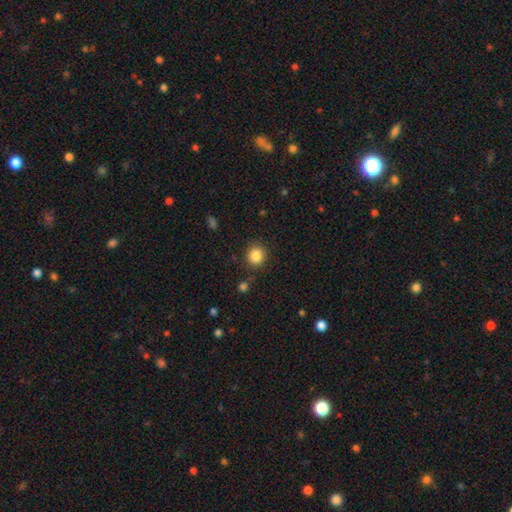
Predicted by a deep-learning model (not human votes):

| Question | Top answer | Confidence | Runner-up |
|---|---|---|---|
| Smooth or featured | smooth | 85% | star or artifact (10%) |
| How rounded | round | 88% | in between (12%) |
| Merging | none | 85% | minor disturbance (9%) |